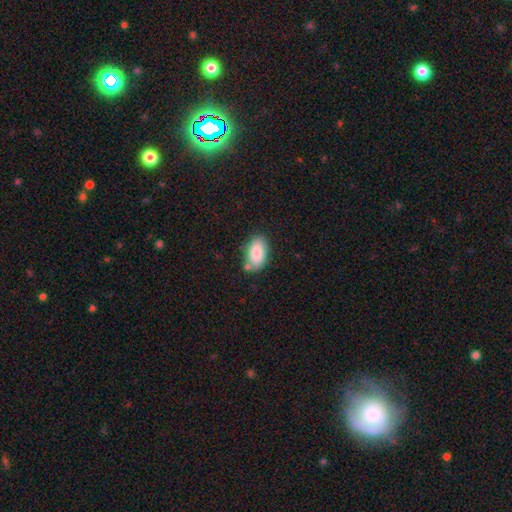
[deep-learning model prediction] The model was most divided on "merging": none: 75%, minor disturbance: 15%, merger: 7%, major disturbance: 3%. More confident: how rounded — in between (93%); smooth or featured — smooth (85%).